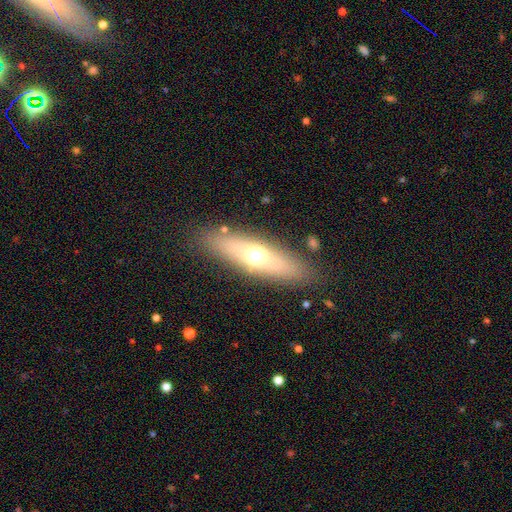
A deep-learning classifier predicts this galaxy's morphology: smooth-or-featured: smooth: 54% | featured or disk: 36% | star or artifact: 10%
  how-rounded: cigar-shaped: 50% | in between: 45% | round: 5%
  merging: none: 85% | minor disturbance: 9% | major disturbance: 4% | merger: 2%